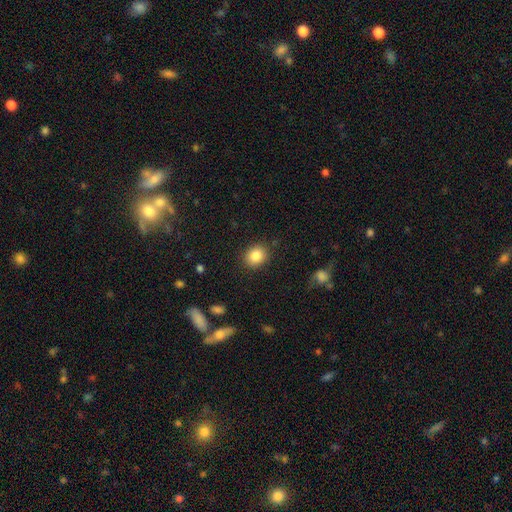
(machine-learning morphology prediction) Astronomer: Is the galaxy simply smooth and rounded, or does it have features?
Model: smooth — 85%.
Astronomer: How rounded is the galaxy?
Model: round — 62% (runner-up: in between, 37%).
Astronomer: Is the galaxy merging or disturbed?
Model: none — 88%.